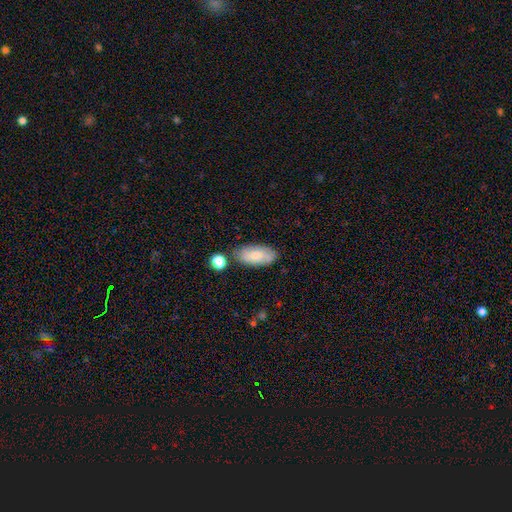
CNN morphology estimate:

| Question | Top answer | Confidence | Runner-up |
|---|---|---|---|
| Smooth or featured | smooth | 73% | featured or disk (20%) |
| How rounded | in between | 90% | cigar-shaped (7%) |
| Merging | none | 72% | minor disturbance (17%) |